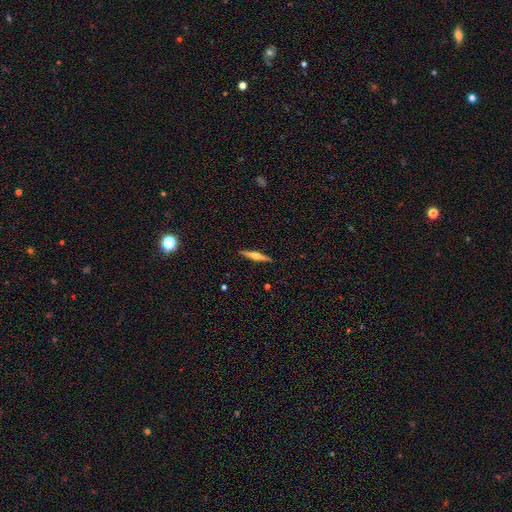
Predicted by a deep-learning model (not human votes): The model was most divided on "smooth or featured": featured or disk: 57%, smooth: 37%, star or artifact: 6%. More confident: edge-on disk — yes (97%); merging — none (91%); edge-on bulge — rounded (81%).